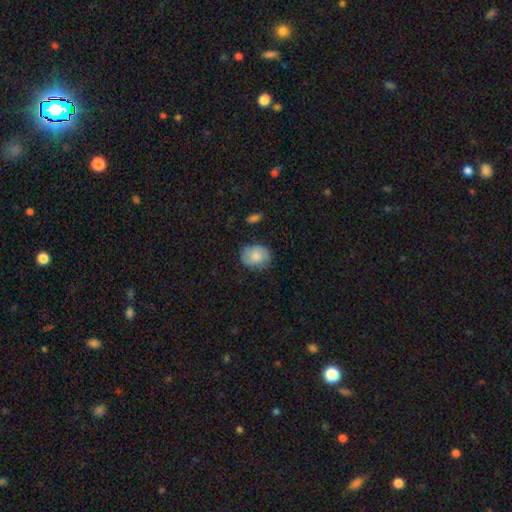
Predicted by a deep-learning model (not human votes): Overall: smooth (68%). How rounded: in between (50%; round 49%). Merging: none (74%).